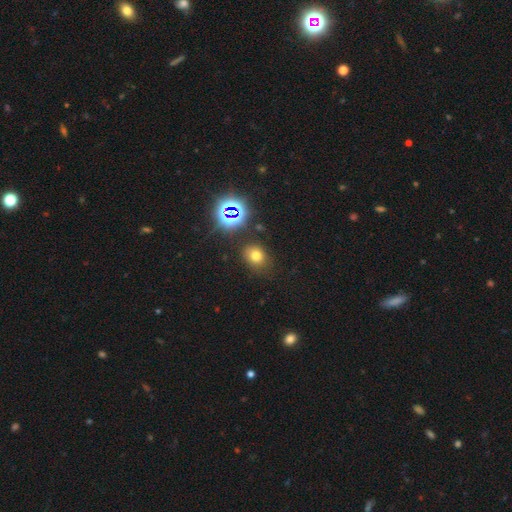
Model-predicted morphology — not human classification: Smooth or featured: smooth — 68% (star or artifact — 23%)
How rounded: round — 56% (in between — 43%)
Merging: none — 79% (minor disturbance — 13%)